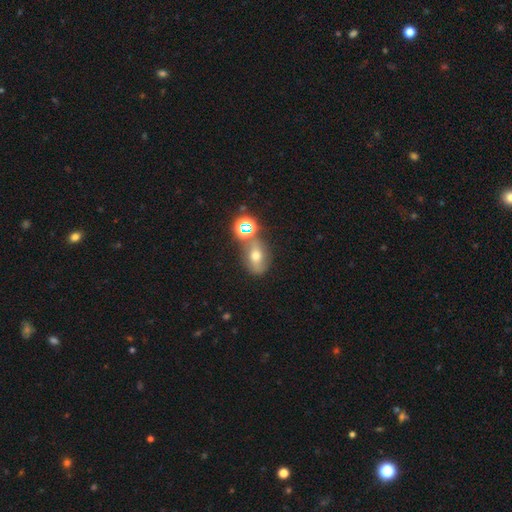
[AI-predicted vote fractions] A smooth galaxy with no disk features (47%). Merging: none (59%).